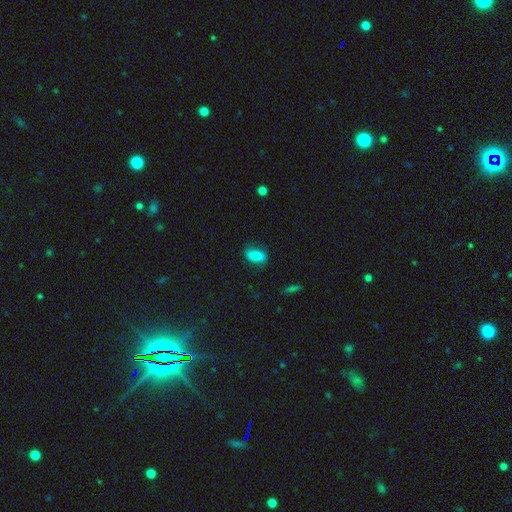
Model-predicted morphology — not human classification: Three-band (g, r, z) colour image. It shows a smooth galaxy with no disk features (87%) that is in between round and cigar-shaped (90%). Merging: none (77%).